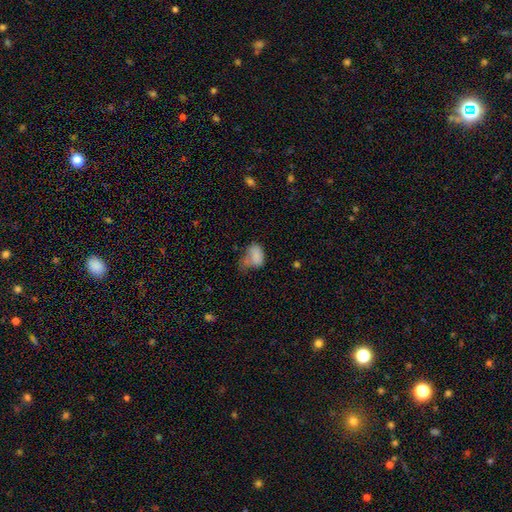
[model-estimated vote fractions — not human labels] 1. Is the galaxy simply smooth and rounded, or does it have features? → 77% smooth, 13% featured or disk, 10% star or artifact.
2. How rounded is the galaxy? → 85% in between, 13% round, 1% cigar-shaped.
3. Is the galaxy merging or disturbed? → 31% major disturbance, 30% minor disturbance, 25% none, 15% merger.